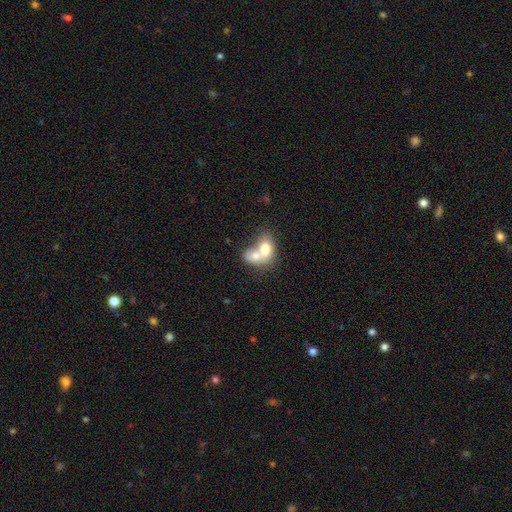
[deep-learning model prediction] The model was most divided on "how rounded": in between: 70%, round: 29%, cigar-shaped: 1%. More confident: merging — merger (78%); smooth or featured — smooth (69%).